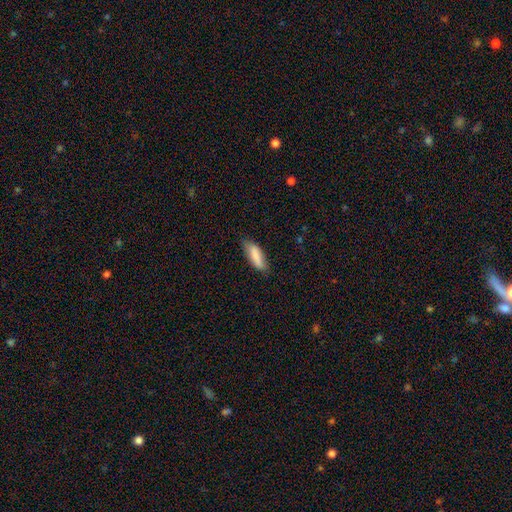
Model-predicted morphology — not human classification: Smooth or featured? Predicted: smooth (p=0.84). How rounded? Predicted: in between (p=0.57). Merging? Predicted: none (p=0.71).